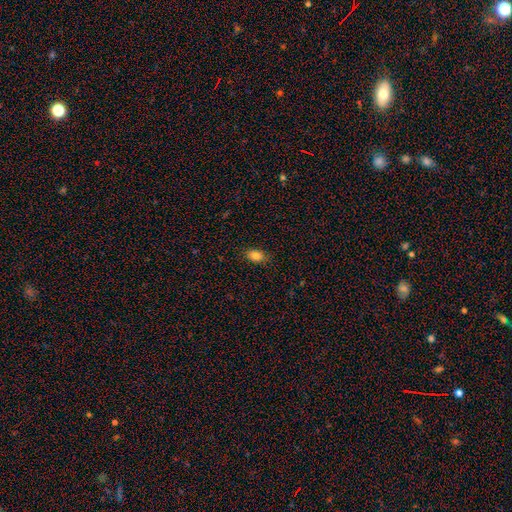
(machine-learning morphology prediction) A smooth galaxy with no disk features (83%) that is in between round and cigar-shaped (84%). Merging: none (86%).